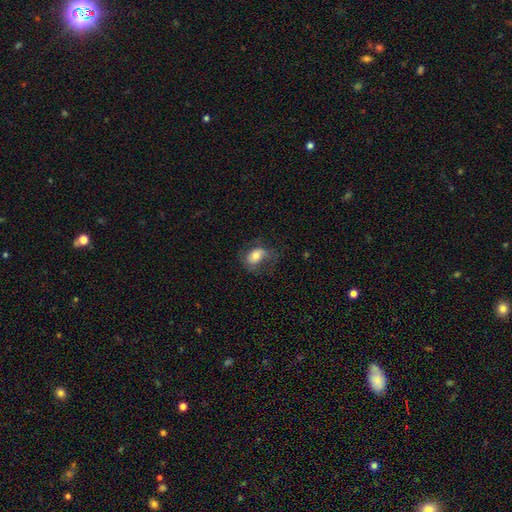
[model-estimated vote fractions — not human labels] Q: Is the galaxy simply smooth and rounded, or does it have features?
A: smooth — 68%.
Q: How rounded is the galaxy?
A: in between — 80%.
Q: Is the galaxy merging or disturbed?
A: none — 43%.